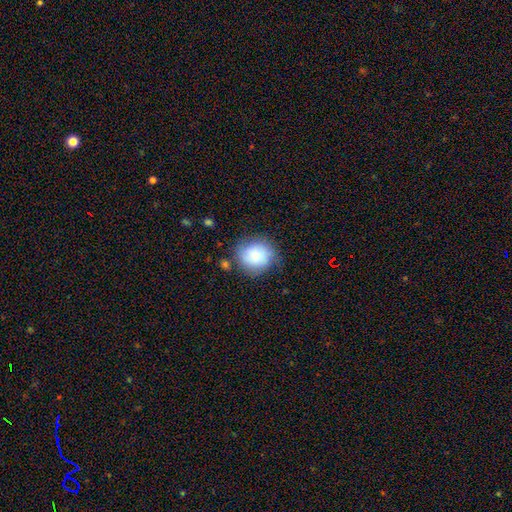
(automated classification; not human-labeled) Q: Smooth or featured?
A: smooth (80%); runner-up: featured or disk (12%)
Q: How rounded?
A: round (82%); runner-up: in between (17%)
Q: Merging?
A: none (69%); runner-up: minor disturbance (21%)